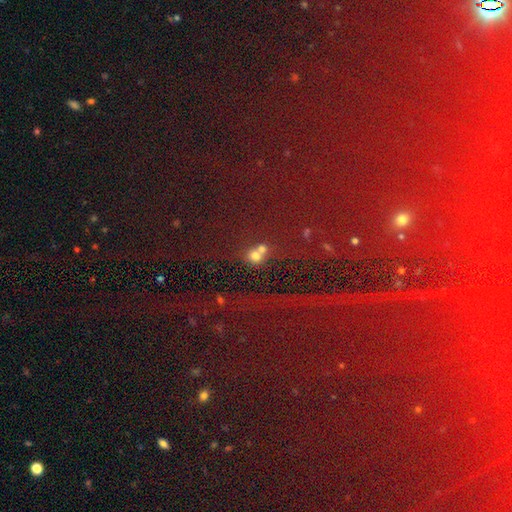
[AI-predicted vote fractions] This appears to be a smooth galaxy with no disk features (61%) that is round (83%). Merging: none (43%).